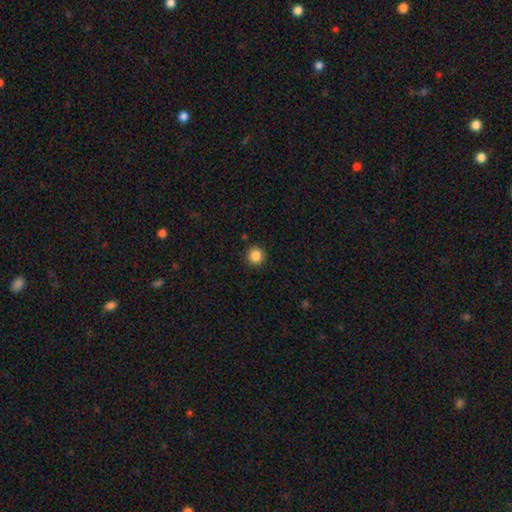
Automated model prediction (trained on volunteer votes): A smooth galaxy with no disk features (86%) that is round (95%).

Vote fractions:
- Smooth or featured? smooth: 86% / star or artifact: 10% / featured or disk: 3%
- How rounded? round: 95% / in between: 4% / cigar-shaped: 1%
- Merging? none: 92% / minor disturbance: 6% / major disturbance: 2% / merger: 1%